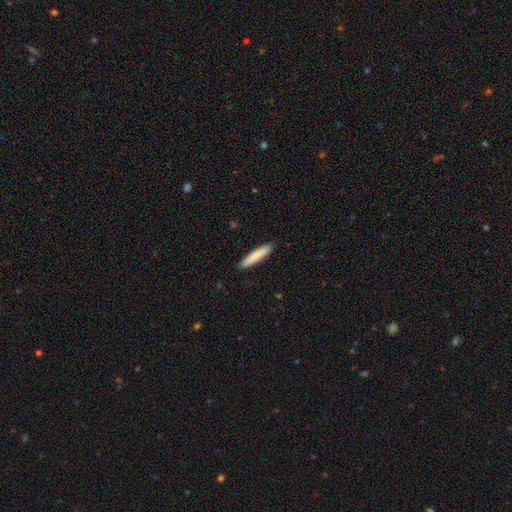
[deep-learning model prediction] smooth-or-featured: smooth: 84% | featured or disk: 11% | star or artifact: 5%
  how-rounded: cigar-shaped: 89% | in between: 10% | round: 1%
  merging: none: 91% | minor disturbance: 7% | major disturbance: 1% | merger: 1%